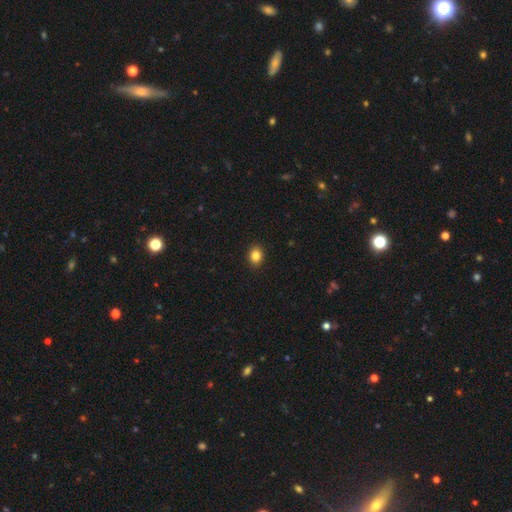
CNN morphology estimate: Smooth or featured: smooth — 85% (star or artifact — 10%)
How rounded: round — 51% (in between — 48%)
Merging: none — 91% (minor disturbance — 6%)